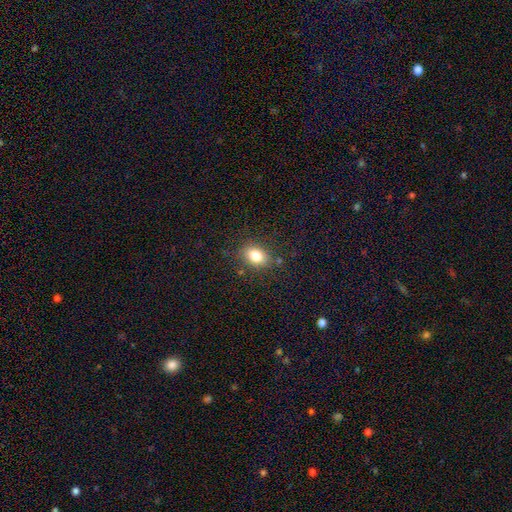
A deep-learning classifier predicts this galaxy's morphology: Overall: smooth (81%). How rounded: in between (72%). Merging: none (81%).